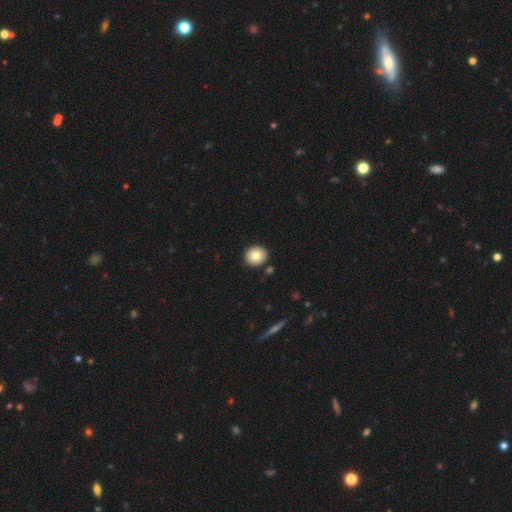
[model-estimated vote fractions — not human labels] Smooth or featured?
  - smooth: 82% *
  - featured or disk: 9%
  - star or artifact: 9%
How rounded?
  - round: 85% *
  - in between: 14%
  - cigar-shaped: 1%
Merging?
  - none: 90% *
  - minor disturbance: 6%
  - merger: 3%
  - major disturbance: 2%